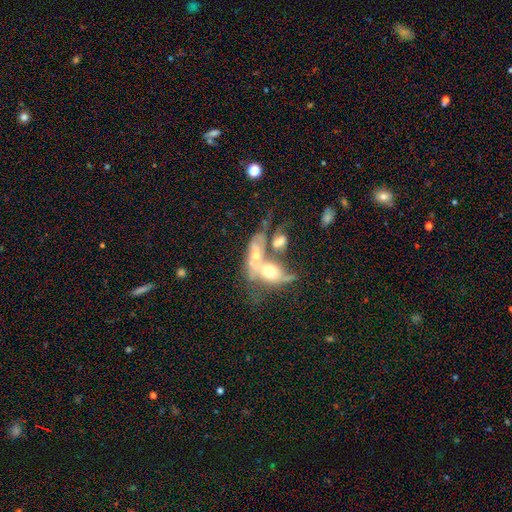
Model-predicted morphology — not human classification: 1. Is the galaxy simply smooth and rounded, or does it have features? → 53% featured or disk, 36% smooth, 11% star or artifact.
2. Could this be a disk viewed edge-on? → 89% no, 11% yes.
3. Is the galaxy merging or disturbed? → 68% merger, 13% major disturbance, 11% none, 7% minor disturbance.